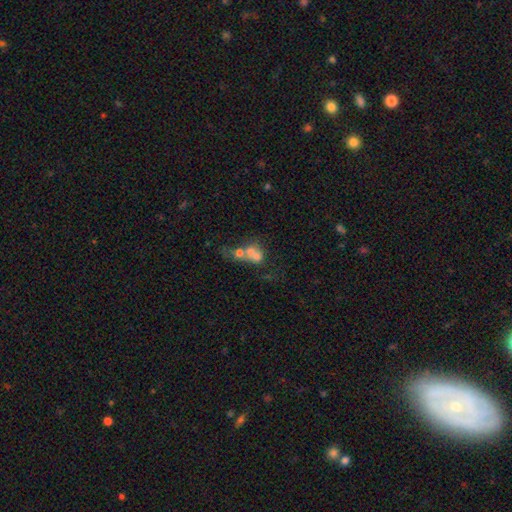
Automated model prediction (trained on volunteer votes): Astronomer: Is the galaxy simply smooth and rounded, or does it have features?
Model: smooth — 53% (runner-up: featured or disk, 32%).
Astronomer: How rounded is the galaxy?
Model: round — 66%.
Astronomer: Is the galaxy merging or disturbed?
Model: merger — 66%.